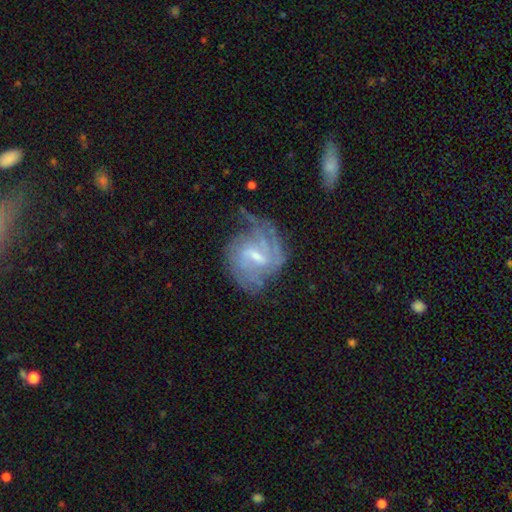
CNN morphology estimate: This appears to be a featured or disk galaxy (81%) with a weak bar (58%), 2 (41%) tight (47%) spiral arms (90%) and a small central bulge (49%). Merging: none (52%).